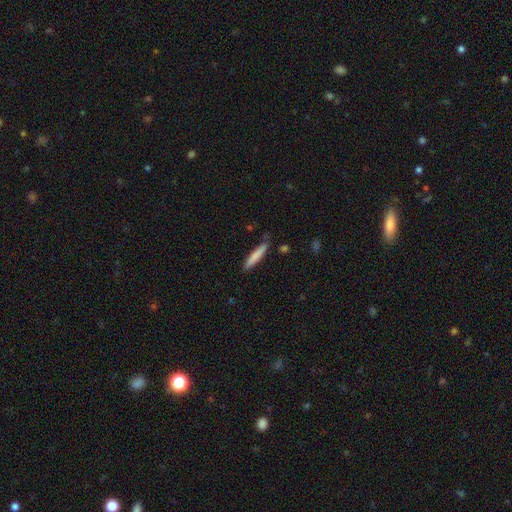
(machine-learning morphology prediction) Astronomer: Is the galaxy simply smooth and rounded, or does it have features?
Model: smooth — 78%.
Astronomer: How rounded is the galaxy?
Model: cigar-shaped — 92%.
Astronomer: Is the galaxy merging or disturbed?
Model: none — 81%.